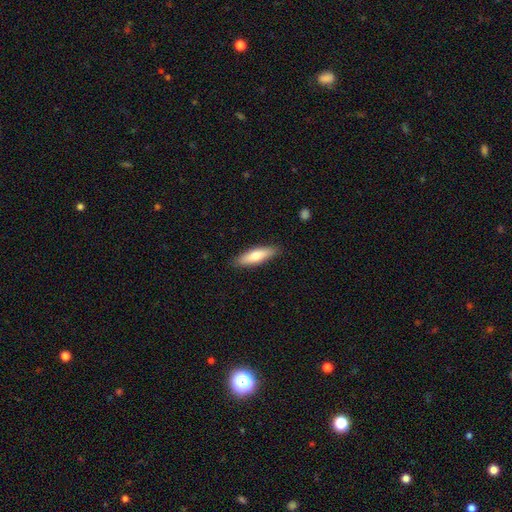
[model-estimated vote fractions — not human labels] The model was most divided on "how rounded": cigar-shaped: 64%, in between: 35%, round: 2%. More confident: merging — none (89%); smooth or featured — smooth (72%).